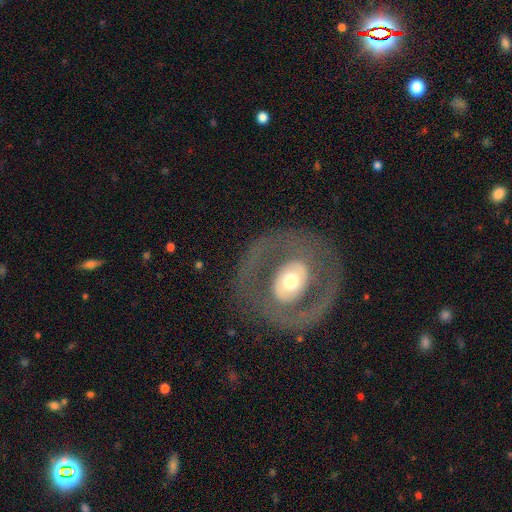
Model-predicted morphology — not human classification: This is likely a featured or disk galaxy (69%). It is clearly not viewed edge-on (94%). Bar: likely no (61%). Spiral arm pattern: likely no (64%). Central bulge: possibly moderate (59%). Merging: likely none (80%).